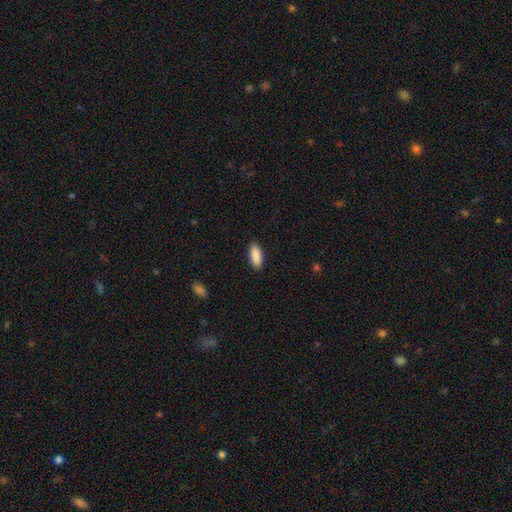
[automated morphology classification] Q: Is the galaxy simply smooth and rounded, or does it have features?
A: smooth — 90%.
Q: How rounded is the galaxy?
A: in between — 77%.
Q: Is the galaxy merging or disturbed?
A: none — 89%.